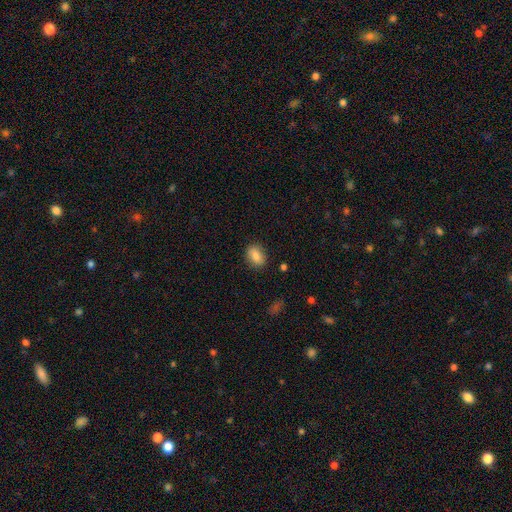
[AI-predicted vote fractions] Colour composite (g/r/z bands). It shows a smooth galaxy with no disk features (85%) that is in between round and cigar-shaped (83%). Merging: none (84%).